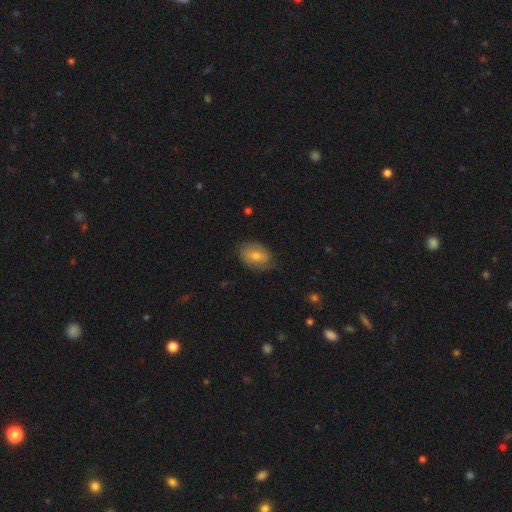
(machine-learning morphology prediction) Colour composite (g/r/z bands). It shows a smooth galaxy with no disk features (50%) that is in between round and cigar-shaped (77%). Merging: none (71%).